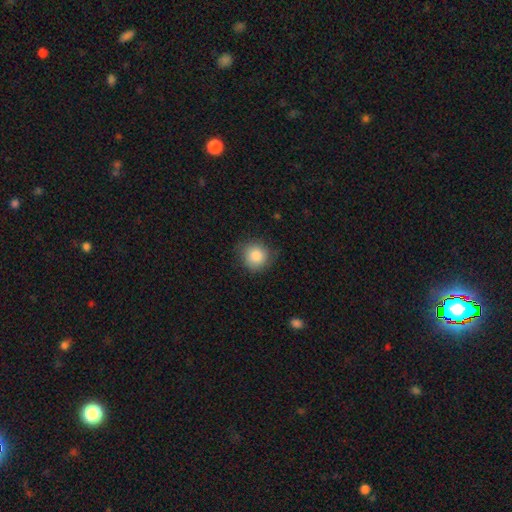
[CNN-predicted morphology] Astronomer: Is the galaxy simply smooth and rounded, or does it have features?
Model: smooth — 86%.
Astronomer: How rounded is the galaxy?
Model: round — 90%.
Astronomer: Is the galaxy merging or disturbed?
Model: none — 78%.